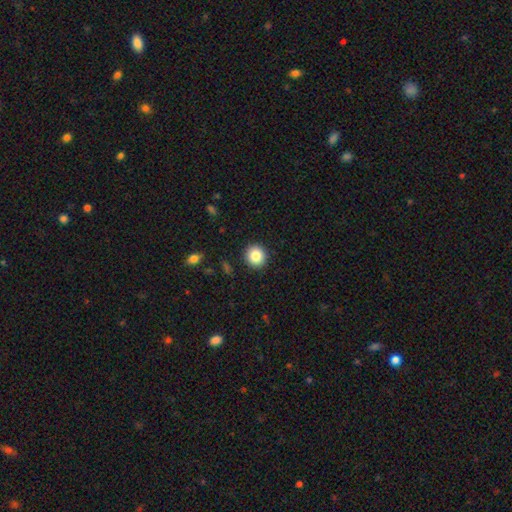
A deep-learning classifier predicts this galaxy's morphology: This is clearly a smooth galaxy (85%). How rounded: clearly round (90%). Merging: clearly none (92%).